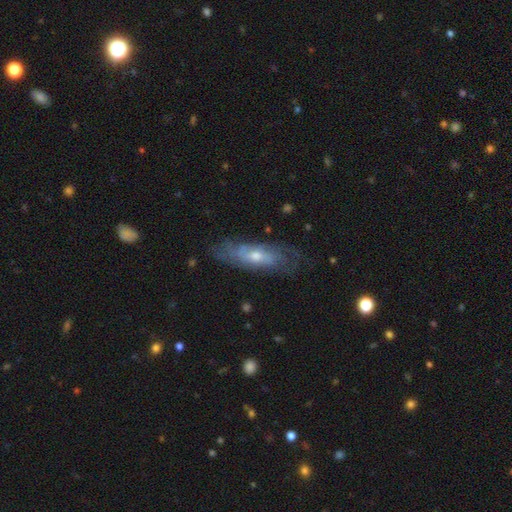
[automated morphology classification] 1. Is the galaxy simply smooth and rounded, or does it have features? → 66% featured or disk, 27% smooth, 7% star or artifact.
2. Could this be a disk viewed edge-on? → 71% no, 29% yes.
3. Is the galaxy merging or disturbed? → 72% none, 20% minor disturbance, 7% major disturbance, 2% merger.